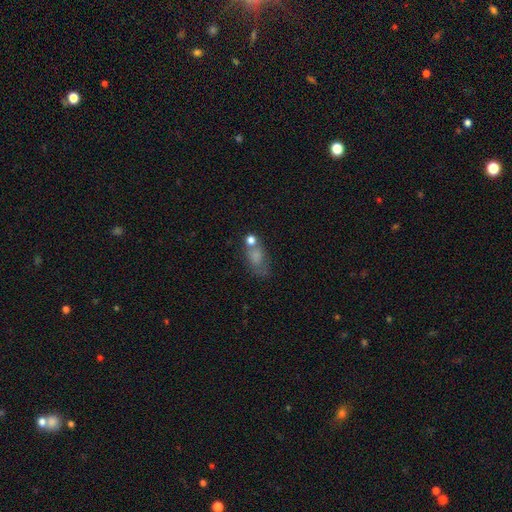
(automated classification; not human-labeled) Smooth or featured? Predicted: smooth (p=0.68). How rounded? Predicted: in between (p=0.76). Merging? Predicted: none (p=0.42).